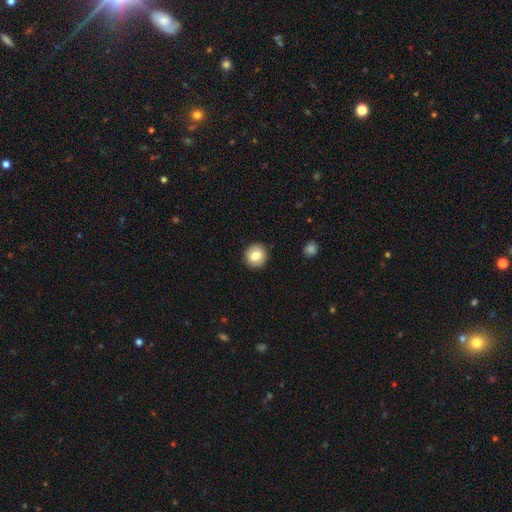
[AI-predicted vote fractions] Smooth or featured? smooth (81%)
How rounded? round (90%)
Merging? none (91%)